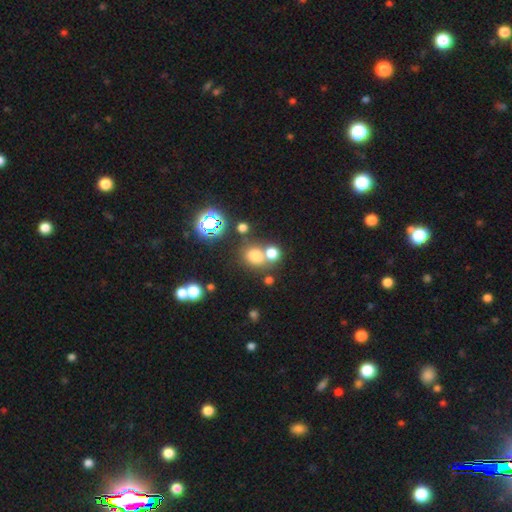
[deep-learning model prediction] smooth_or_featured: smooth (p=0.68) [alt: star or artifact p=0.24]
how_rounded: round (p=0.73) [alt: in between p=0.26]
merging: none (p=0.58) [alt: merger p=0.27]